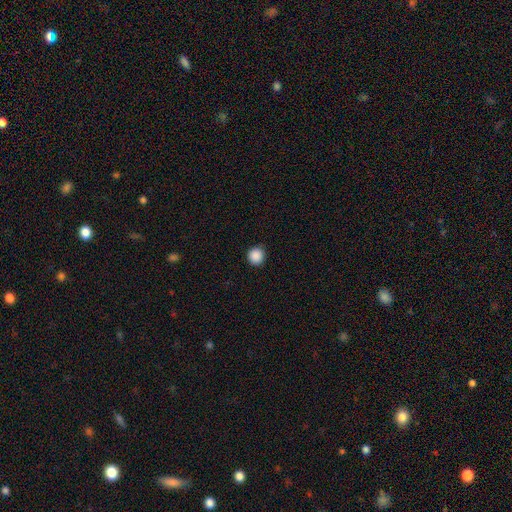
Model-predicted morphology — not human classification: This is clearly a smooth galaxy (88%). How rounded: clearly round (94%). Merging: clearly none (90%).